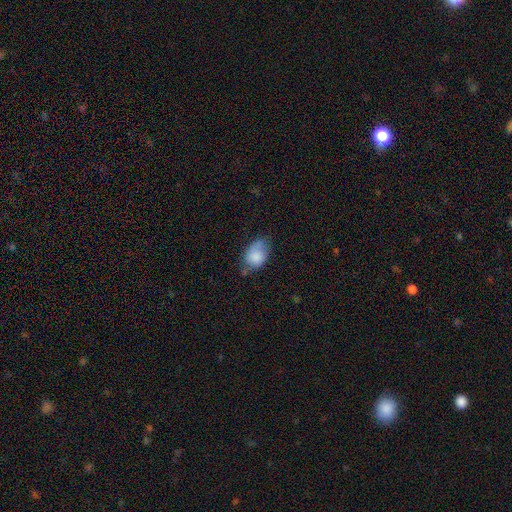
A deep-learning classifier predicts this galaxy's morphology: smooth 79%, featured or disk 13%, star or artifact 7%. Down the decision tree: how rounded — in between (84%); merging — none (46%).